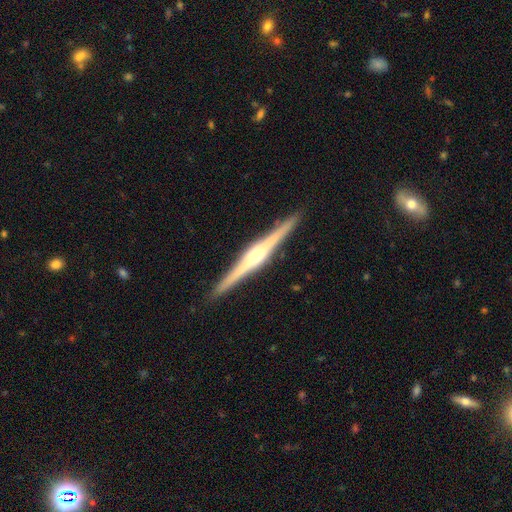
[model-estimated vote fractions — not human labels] Overall: featured or disk (84%). Edge-on disk: yes (99%). Edge-on bulge: rounded (76%). Merging: none (92%).